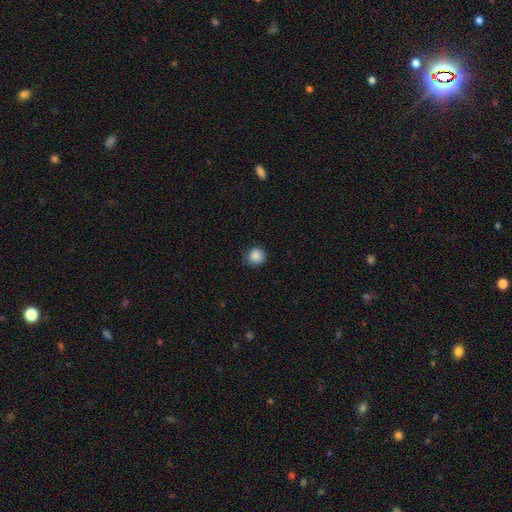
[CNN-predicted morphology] Overall: smooth (87%). How rounded: round (91%). Merging: none (78%).